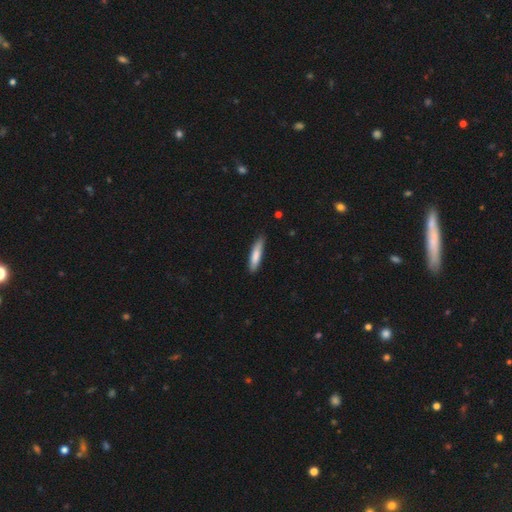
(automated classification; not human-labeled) A smooth galaxy with no disk features (80%) that is cigar-shaped (79%). Merging: none (76%).